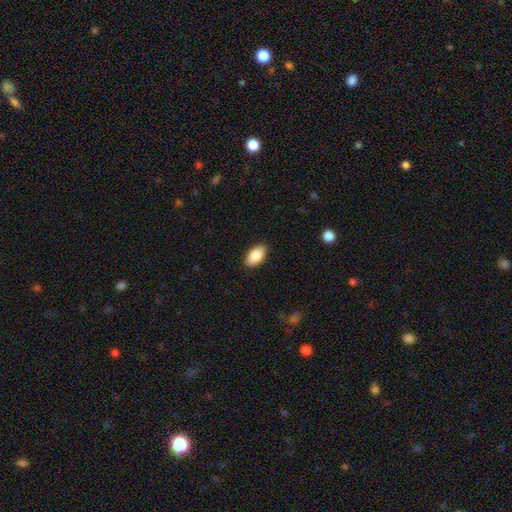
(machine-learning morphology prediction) smooth_or_featured: smooth (p=0.86) [alt: featured or disk p=0.07]
how_rounded: in between (p=0.94) [alt: round p=0.04]
merging: none (p=0.88) [alt: minor disturbance p=0.09]